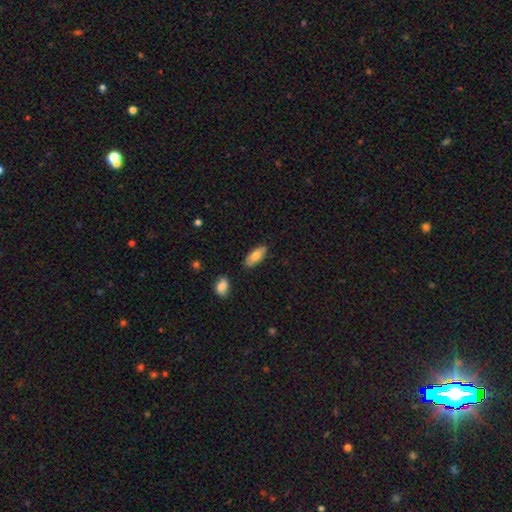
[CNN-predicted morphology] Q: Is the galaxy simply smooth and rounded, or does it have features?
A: smooth — 78%.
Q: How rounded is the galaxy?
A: in between — 81%.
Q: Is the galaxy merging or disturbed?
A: none — 81%.